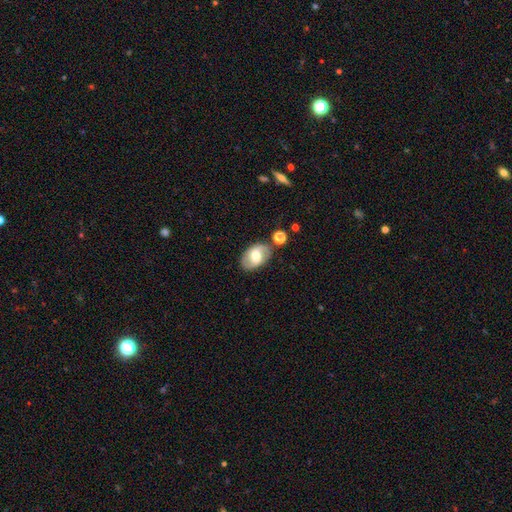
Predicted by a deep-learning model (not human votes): This is possibly a featured or disk galaxy (46%, tied with smooth). Merging: likely none (74%).